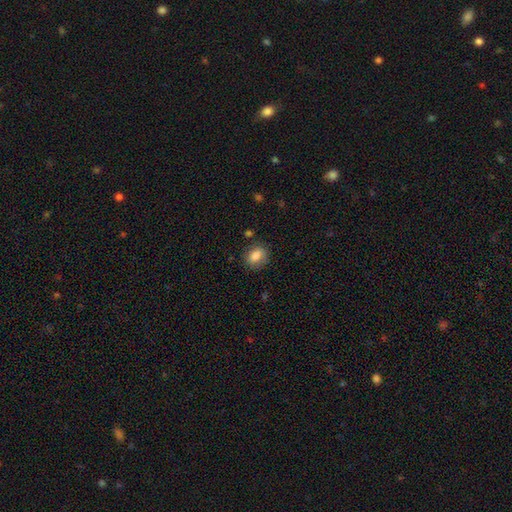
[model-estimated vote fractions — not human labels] Morphology: type=smooth (84%); roundness=in between (58%); merging=none (79%).